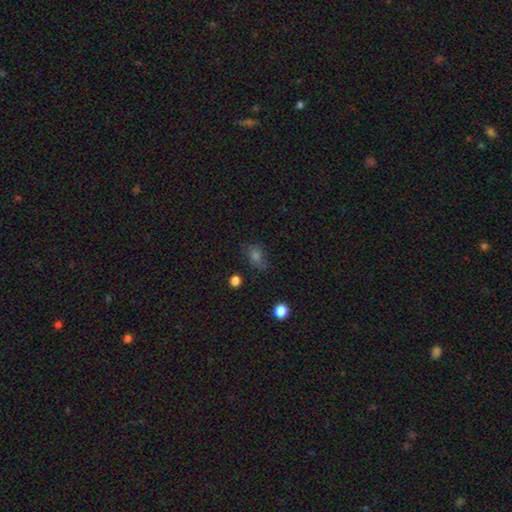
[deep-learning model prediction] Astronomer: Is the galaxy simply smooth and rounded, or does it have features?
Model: smooth — 57%.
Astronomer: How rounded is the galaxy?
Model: in between — 63%.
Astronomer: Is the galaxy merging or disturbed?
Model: none — 64%.